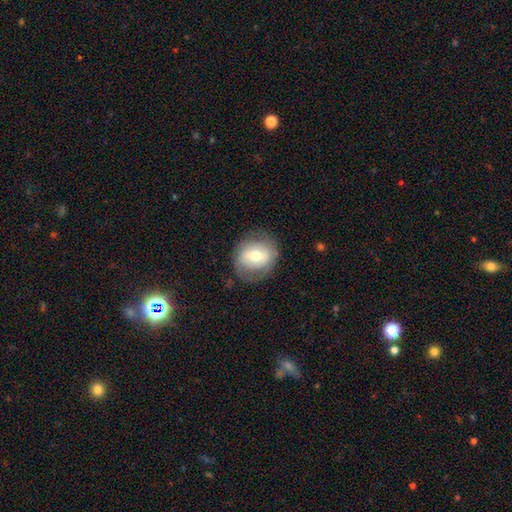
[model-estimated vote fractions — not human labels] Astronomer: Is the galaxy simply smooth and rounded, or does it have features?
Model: smooth — 50% (runner-up: featured or disk, 43%).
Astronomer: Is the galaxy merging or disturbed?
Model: none — 75%.